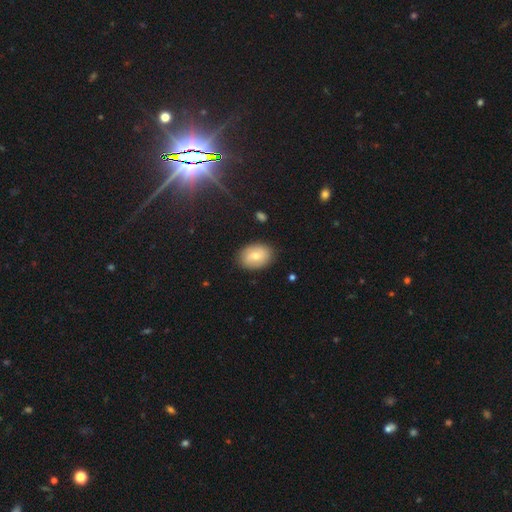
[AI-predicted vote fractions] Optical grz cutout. It shows a smooth galaxy with no disk features (68%) that is in between round and cigar-shaped (75%). Merging: none (86%).